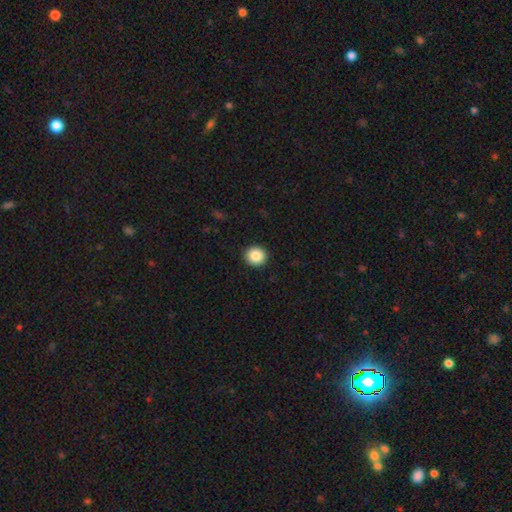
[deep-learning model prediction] Smooth or featured: smooth — 87% (star or artifact — 9%)
How rounded: round — 90% (in between — 9%)
Merging: none — 93% (minor disturbance — 5%)